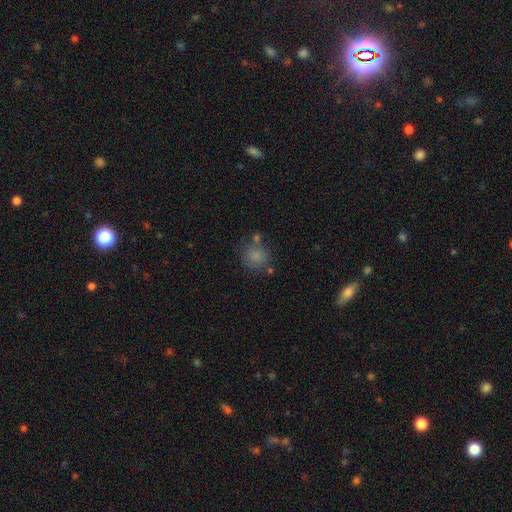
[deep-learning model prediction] This appears to be a smooth galaxy with no disk features (81%) that is round (84%). Merging: none (64%).